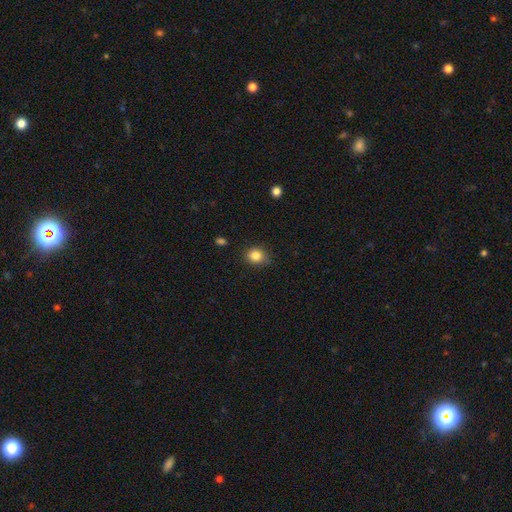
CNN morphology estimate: Overall: smooth (85%). How rounded: round (76%). Merging: none (84%).